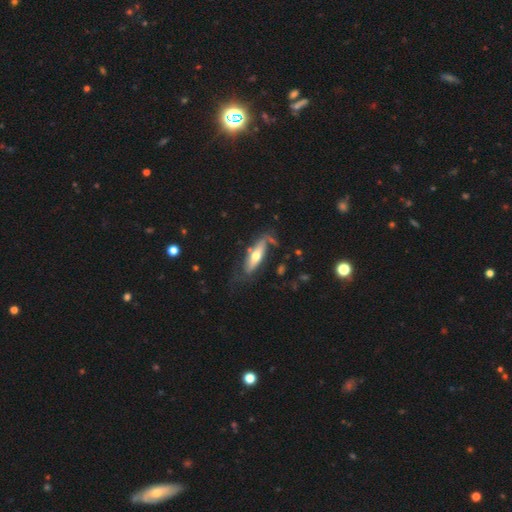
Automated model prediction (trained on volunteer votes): Smooth or featured: smooth — 48% (featured or disk — 46%)
Merging: none — 56% (minor disturbance — 25%)